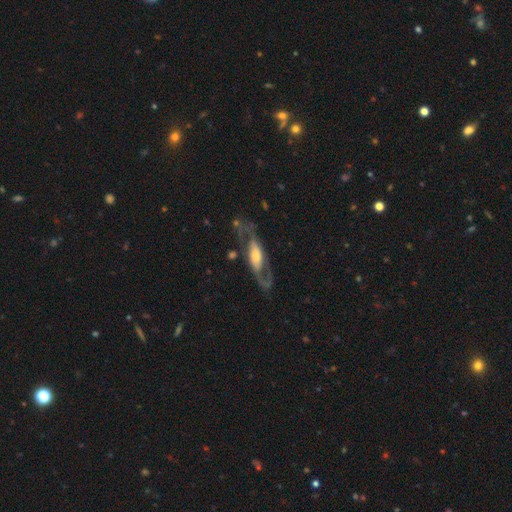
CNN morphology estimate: This is likely a featured or disk galaxy (78%). It is clearly not viewed edge-on (83%). Bar: possibly no (46%). Spiral arm pattern: likely yes (80%). Spiral arm count: clearly 2 (85%). Spiral winding: marginally medium (45%). Central bulge: possibly moderate (46%). Merging: likely none (63%).